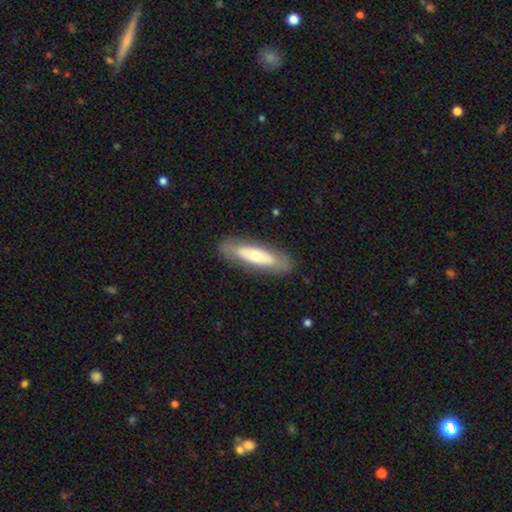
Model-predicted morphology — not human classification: type=smooth (52%); roundness=cigar-shaped (54%); merging=none (81%).